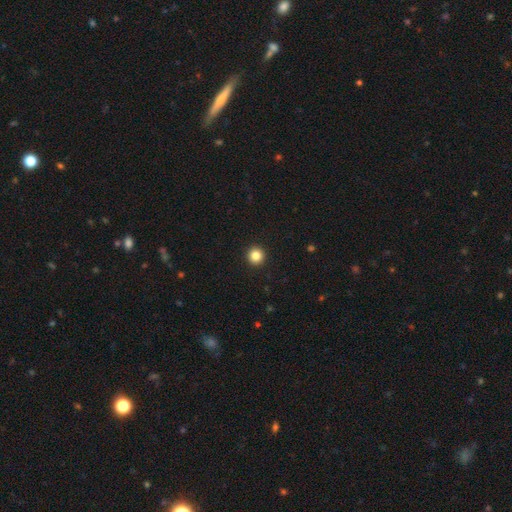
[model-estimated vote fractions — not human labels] Smooth or featured: smooth — 85% (star or artifact — 11%)
How rounded: round — 95% (in between — 4%)
Merging: none — 94% (minor disturbance — 3%)